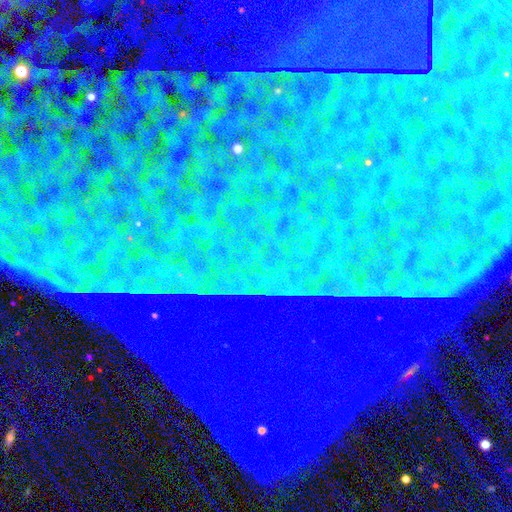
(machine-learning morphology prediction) Smooth or featured?
  - star or artifact: 87% *
  - featured or disk: 7%
  - smooth: 6%